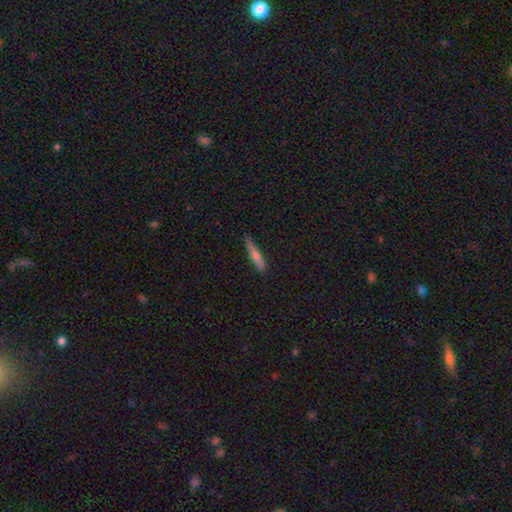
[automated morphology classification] The model was most divided on "smooth or featured": smooth: 61%, featured or disk: 32%, star or artifact: 7%. More confident: how rounded — cigar-shaped (90%); merging — none (80%).